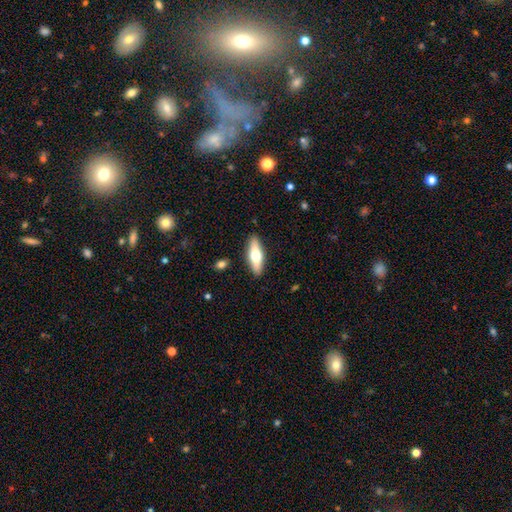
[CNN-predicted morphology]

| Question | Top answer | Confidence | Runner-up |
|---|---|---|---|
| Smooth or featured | smooth | 53% | featured or disk (41%) |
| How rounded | in between | 53% | cigar-shaped (45%) |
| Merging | none | 89% | minor disturbance (8%) |